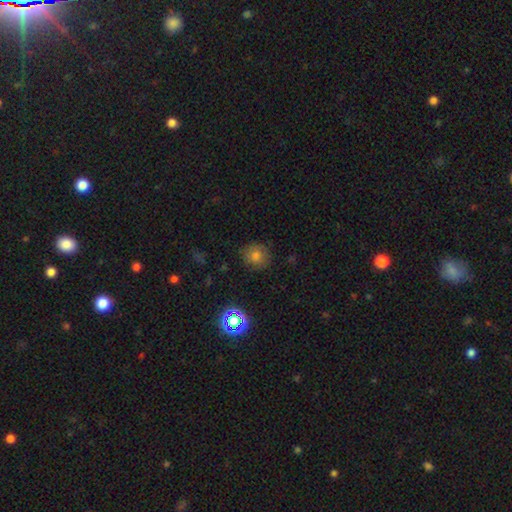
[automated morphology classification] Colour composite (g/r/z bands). It shows a smooth galaxy with no disk features (72%) that is round (87%). Merging: none (83%).